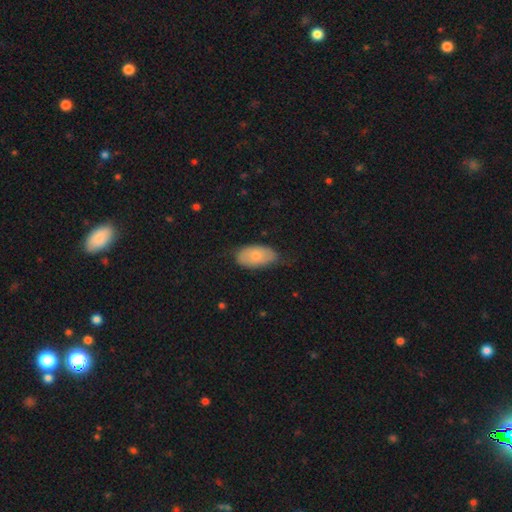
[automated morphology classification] A smooth galaxy with no disk features (72%) that is in between round and cigar-shaped (94%). Merging: none (59%).